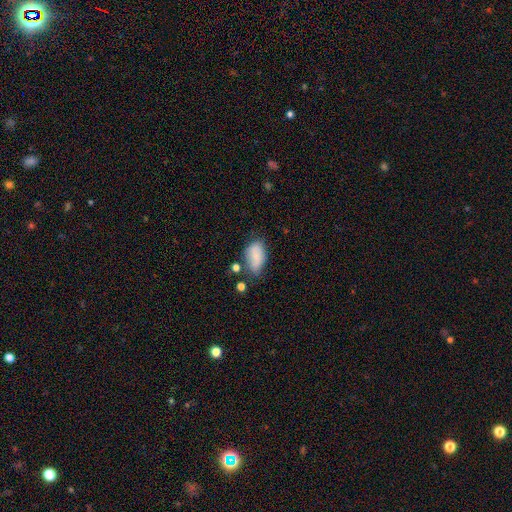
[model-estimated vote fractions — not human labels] This is clearly a smooth galaxy (81%). How rounded: clearly in between (91%). Merging: possibly none (51%).